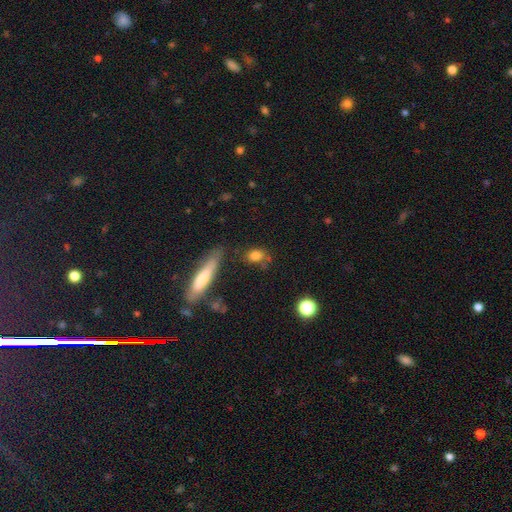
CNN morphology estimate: Smooth or featured: smooth — 78% (featured or disk — 12%)
How rounded: in between — 59% (round — 32%)
Merging: none — 63% (minor disturbance — 21%)